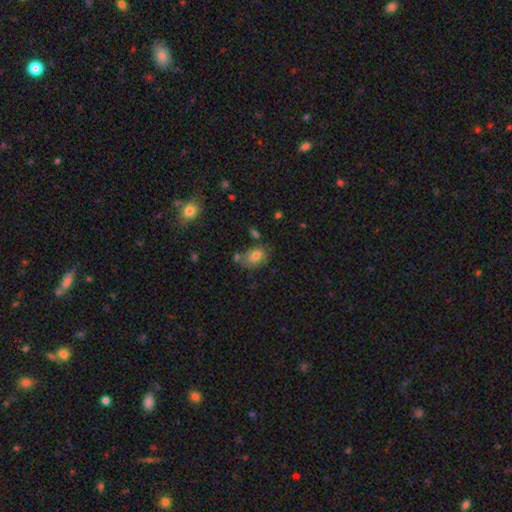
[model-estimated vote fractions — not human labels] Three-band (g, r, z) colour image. It shows a smooth galaxy with no disk features (72%) that is in between round and cigar-shaped (80%). Merging: none (57%).